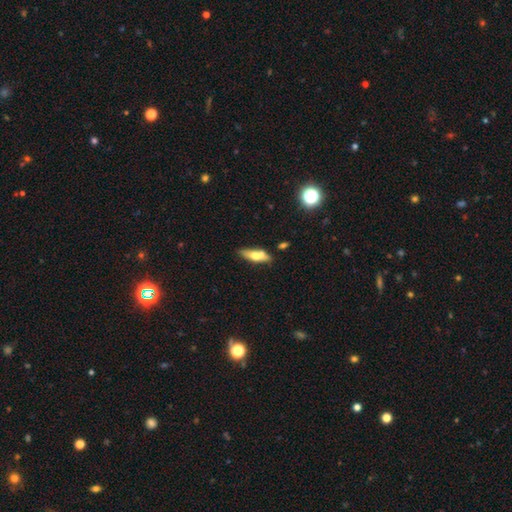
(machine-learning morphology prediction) This is possibly a smooth galaxy (53%). How rounded: possibly in between (49%). Merging: likely none (69%).